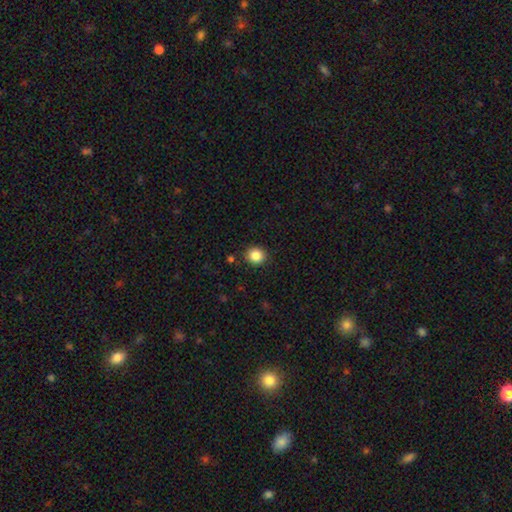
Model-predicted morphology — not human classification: type=smooth (86%); roundness=round (86%); merging=none (89%).